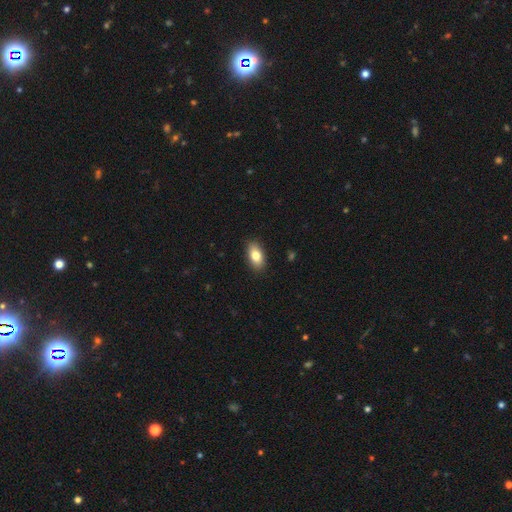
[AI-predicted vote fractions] smooth-or-featured: smooth: 82% | featured or disk: 11% | star or artifact: 7%
  how-rounded: in between: 91% | round: 5% | cigar-shaped: 4%
  merging: none: 88% | minor disturbance: 9% | major disturbance: 2% | merger: 1%